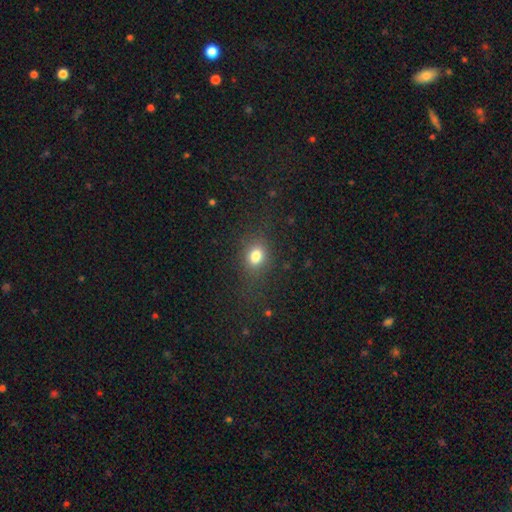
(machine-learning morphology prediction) smooth 80%, star or artifact 13%, featured or disk 7%. Down the decision tree: how rounded — in between (56%); merging — none (76%).